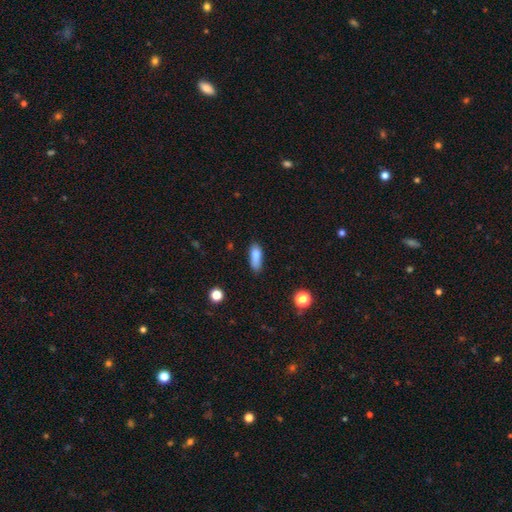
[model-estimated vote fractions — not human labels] smooth-or-featured: smooth: 82% | featured or disk: 9% | star or artifact: 9%
  how-rounded: in between: 63% | cigar-shaped: 34% | round: 3%
  merging: none: 59% | minor disturbance: 29% | major disturbance: 8% | merger: 5%